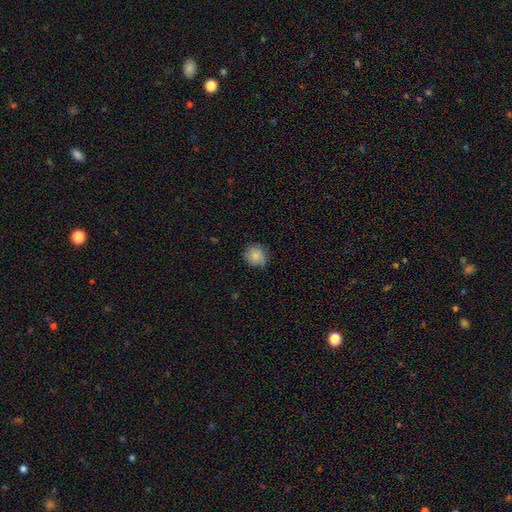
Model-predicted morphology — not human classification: Smooth or featured: smooth — 86% (star or artifact — 8%)
How rounded: round — 85% (in between — 14%)
Merging: none — 78% (minor disturbance — 18%)